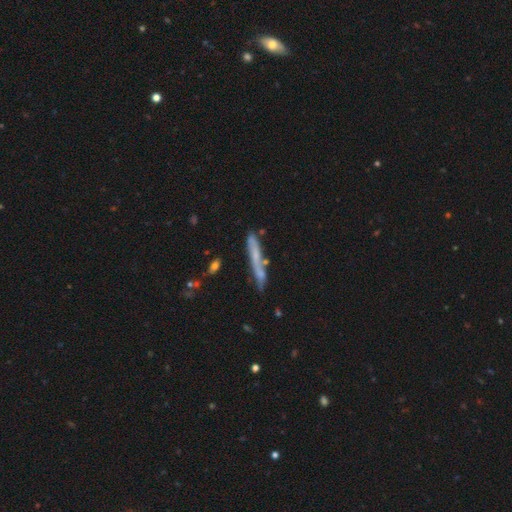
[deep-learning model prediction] This appears to be a smooth galaxy with no disk features (46%). Merging: none (60%).